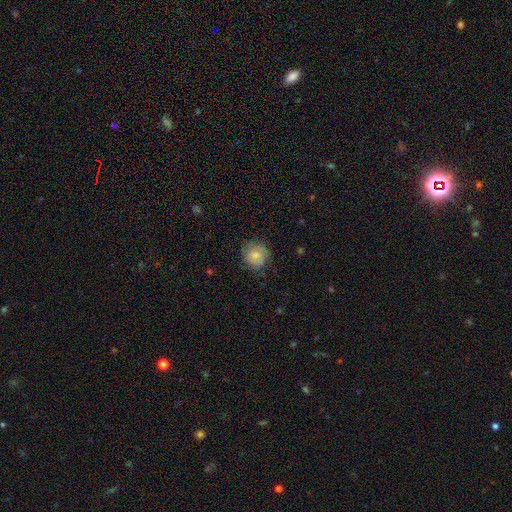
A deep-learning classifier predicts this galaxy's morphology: Smooth or featured?
  - smooth: 77% *
  - featured or disk: 15%
  - star or artifact: 8%
How rounded?
  - round: 85% *
  - in between: 14%
  - cigar-shaped: 1%
Merging?
  - none: 73% *
  - minor disturbance: 20%
  - major disturbance: 6%
  - merger: 1%